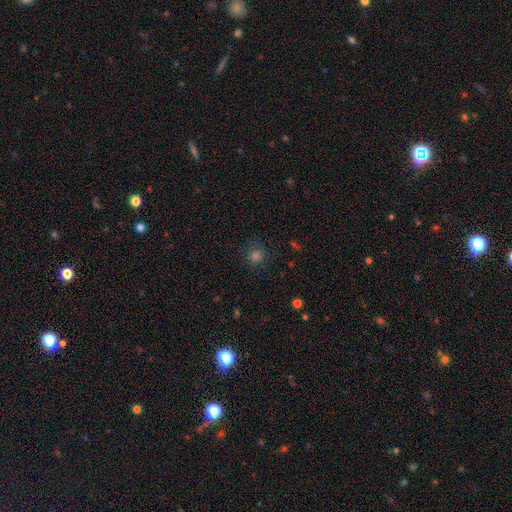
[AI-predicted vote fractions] Smooth or featured? smooth (66%)
How rounded? round (86%)
Merging? none (75%)